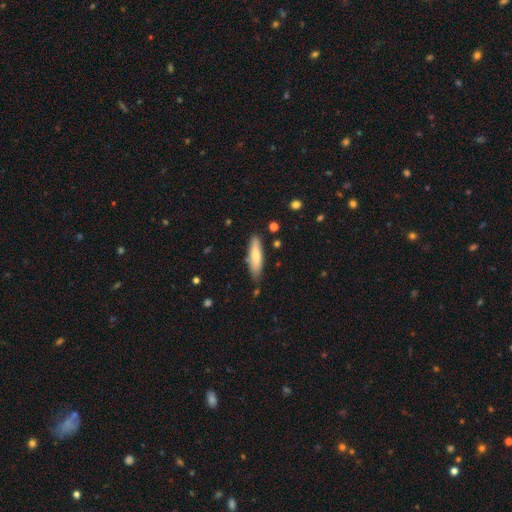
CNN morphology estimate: type=smooth (71%); roundness=cigar-shaped (63%); merging=none (78%).